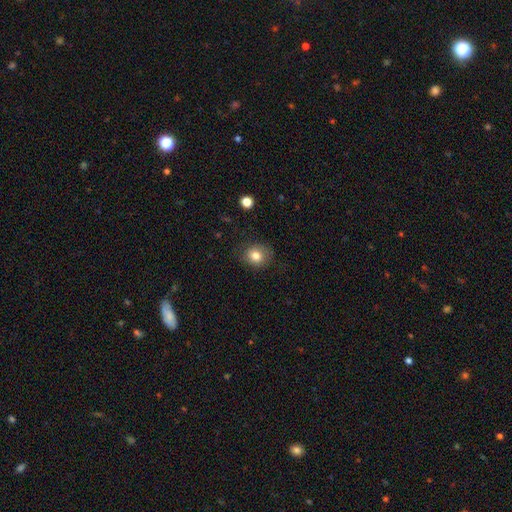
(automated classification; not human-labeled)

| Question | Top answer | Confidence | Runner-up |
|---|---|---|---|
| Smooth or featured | smooth | 81% | star or artifact (10%) |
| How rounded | round | 76% | in between (23%) |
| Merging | none | 82% | minor disturbance (13%) |